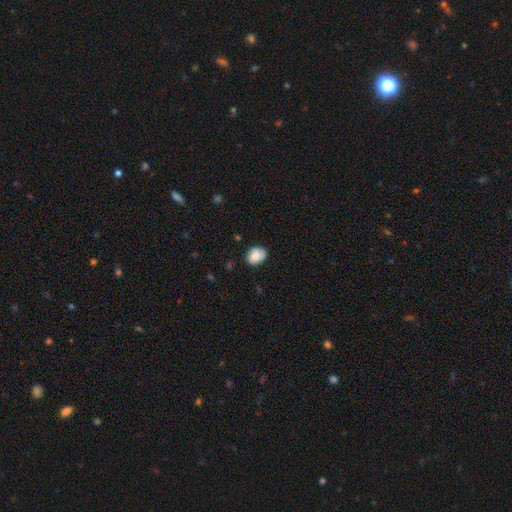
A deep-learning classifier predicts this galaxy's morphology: Overall: smooth (64%; featured or disk 28%). How rounded: in between (59%; round 40%). Merging: none (61%; minor disturbance 28%).